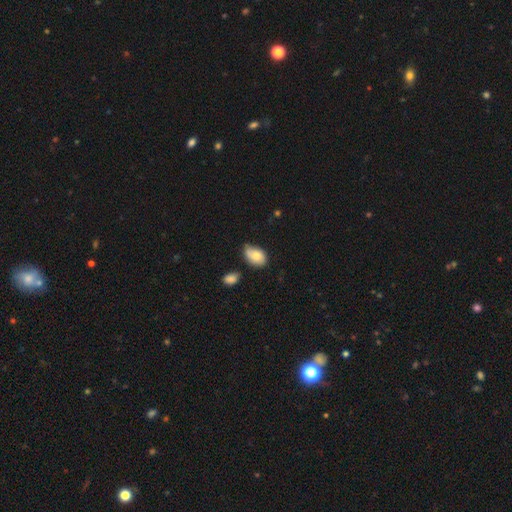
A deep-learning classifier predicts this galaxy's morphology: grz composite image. It shows a smooth galaxy with no disk features (76%) that is in between round and cigar-shaped (87%). Merging: none (45%).